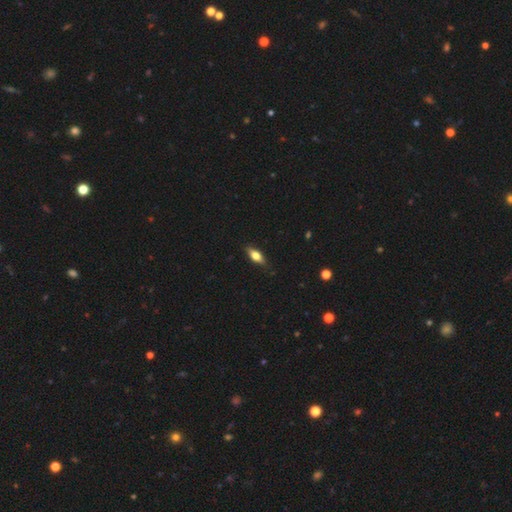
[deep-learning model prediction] Smooth or featured? Predicted: smooth (p=0.62). How rounded? Predicted: in between (p=0.69). Merging? Predicted: none (p=0.84).